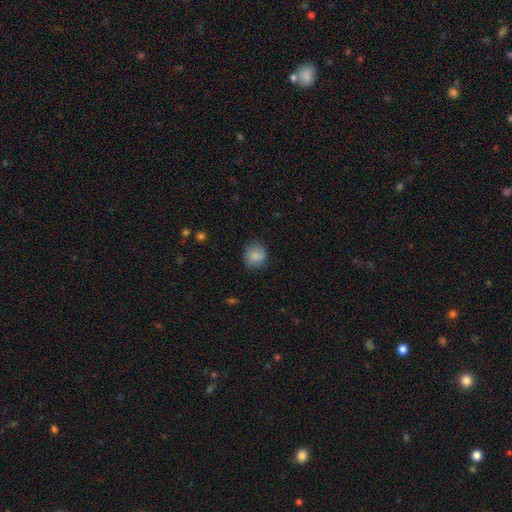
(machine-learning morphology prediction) Smooth or featured? Predicted: smooth (p=0.84). How rounded? Predicted: round (p=0.83). Merging? Predicted: none (p=0.77).